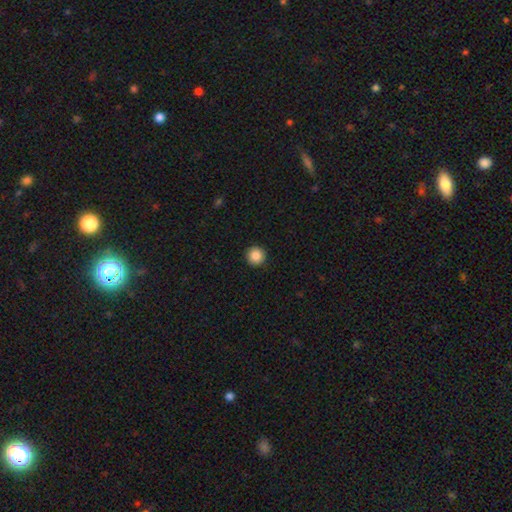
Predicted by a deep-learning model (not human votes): A smooth galaxy with no disk features (87%) that is round (96%). Merging: none (93%).